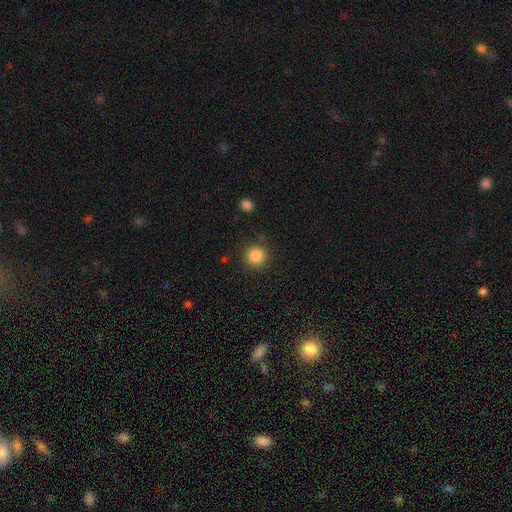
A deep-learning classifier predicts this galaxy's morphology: This appears to be a smooth galaxy with no disk features (86%) that is round (93%). Merging: none (88%).